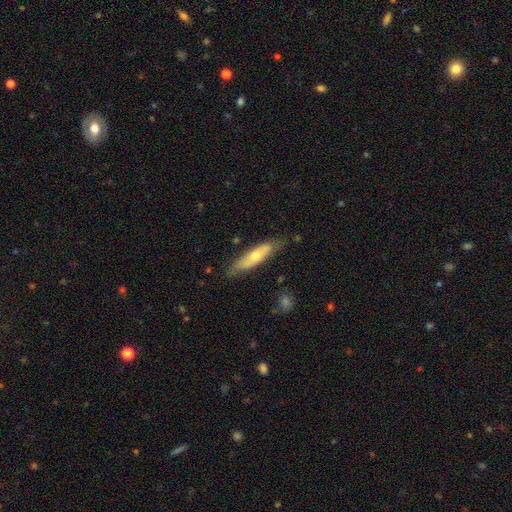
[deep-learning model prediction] A smooth galaxy with no disk features (51%) that is cigar-shaped (72%).

Vote fractions:
- Smooth or featured? smooth: 51% / featured or disk: 43% / star or artifact: 6%
- How rounded? cigar-shaped: 72% / in between: 26% / round: 2%
- Merging? none: 79% / minor disturbance: 16% / major disturbance: 3% / merger: 2%